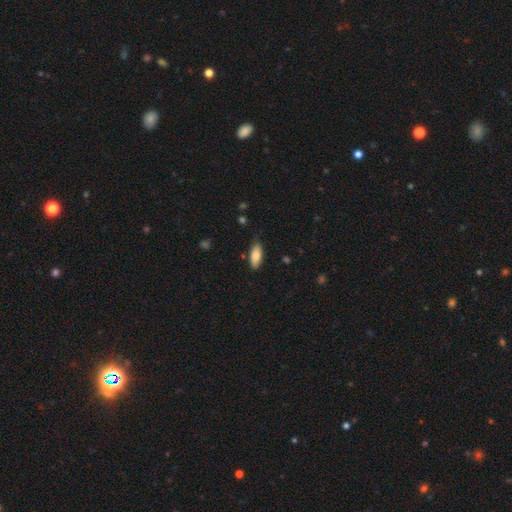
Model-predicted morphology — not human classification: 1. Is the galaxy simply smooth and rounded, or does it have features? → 82% smooth, 11% featured or disk, 7% star or artifact.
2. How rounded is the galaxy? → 80% in between, 18% cigar-shaped, 2% round.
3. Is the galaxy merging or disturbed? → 80% none, 16% minor disturbance, 3% major disturbance, 2% merger.